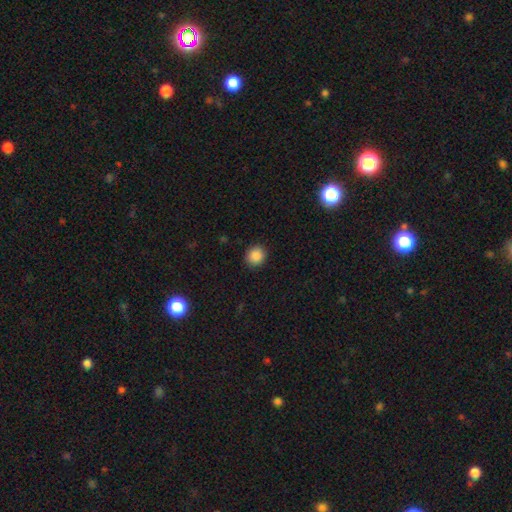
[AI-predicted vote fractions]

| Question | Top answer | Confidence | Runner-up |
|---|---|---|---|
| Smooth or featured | smooth | 88% | star or artifact (10%) |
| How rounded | round | 87% | in between (12%) |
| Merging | none | 91% | minor disturbance (6%) |